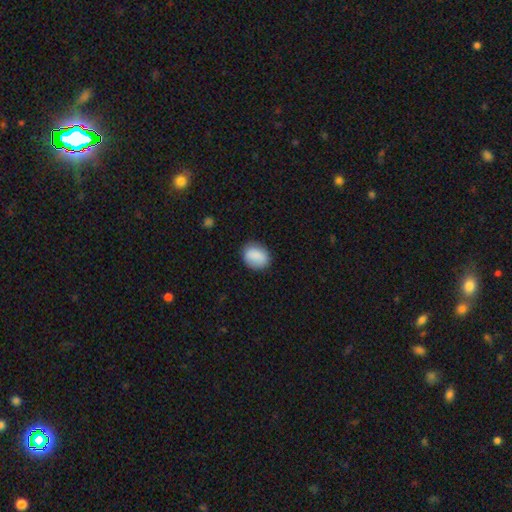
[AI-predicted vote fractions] Smooth or featured? Predicted: smooth (p=0.87). How rounded? Predicted: in between (p=0.55). Merging? Predicted: none (p=0.81).